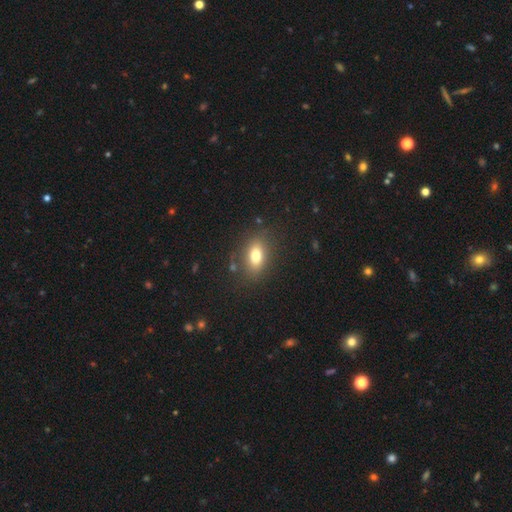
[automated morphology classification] smooth_or_featured: smooth (p=0.76) [alt: featured or disk p=0.13]
how_rounded: in between (p=0.82) [alt: round p=0.14]
merging: none (p=0.81) [alt: minor disturbance p=0.12]